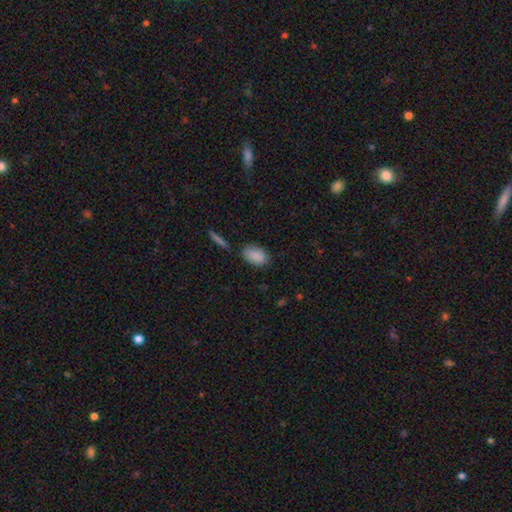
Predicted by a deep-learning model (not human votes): A smooth galaxy with no disk features (88%) that is in between round and cigar-shaped (90%).

Vote fractions:
- Smooth or featured? smooth: 88% / star or artifact: 7% / featured or disk: 5%
- How rounded? in between: 90% / round: 8% / cigar-shaped: 2%
- Merging? none: 76% / minor disturbance: 15% / merger: 5% / major disturbance: 4%